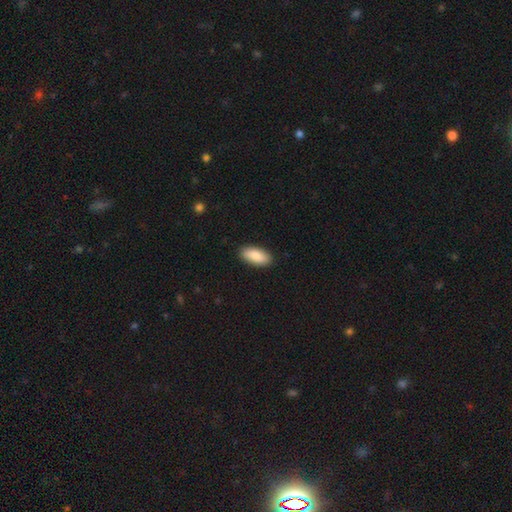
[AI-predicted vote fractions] Overall: smooth (88%). How rounded: in between (90%). Merging: none (90%).